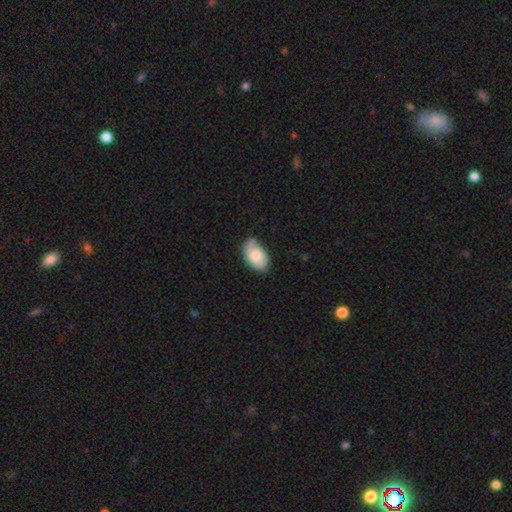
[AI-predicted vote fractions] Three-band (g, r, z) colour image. It shows a smooth galaxy with no disk features (68%) that is in between round and cigar-shaped (91%). Merging: none (57%).